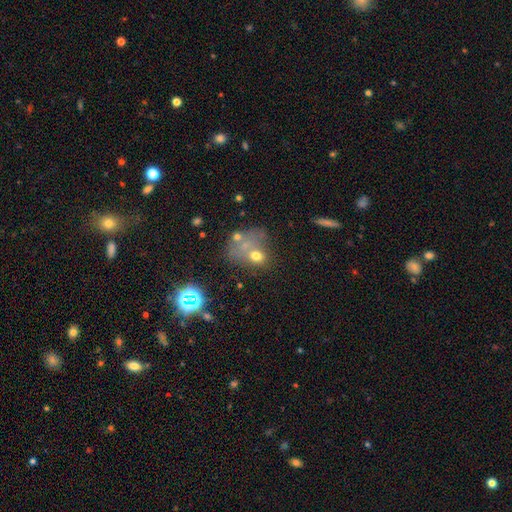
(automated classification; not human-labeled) A smooth galaxy with no disk features (58%) that is in between round and cigar-shaped (53%).

Vote fractions:
- Smooth or featured? smooth: 58% / featured or disk: 24% / star or artifact: 18%
- How rounded? in between: 53% / round: 46% / cigar-shaped: 1%
- Merging? merger: 36% / none: 29% / major disturbance: 20% / minor disturbance: 15%